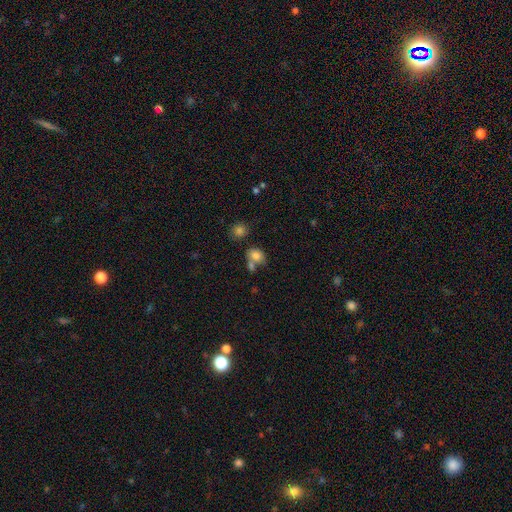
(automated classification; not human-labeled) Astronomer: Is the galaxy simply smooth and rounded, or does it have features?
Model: smooth — 80%.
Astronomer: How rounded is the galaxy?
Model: in between — 65%.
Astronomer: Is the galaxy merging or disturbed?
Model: none — 45% (runner-up: merger, 34%).